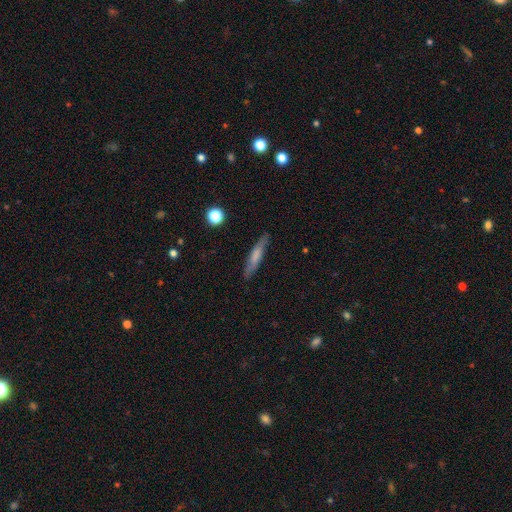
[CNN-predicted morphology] A smooth galaxy with no disk features (62%) that is cigar-shaped (88%). Merging: none (85%).